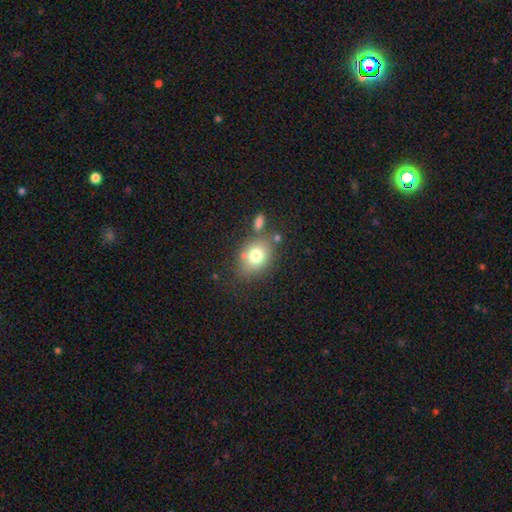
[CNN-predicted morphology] smooth-or-featured: smooth: 75% | featured or disk: 15% | star or artifact: 10%
  how-rounded: in between: 62% | round: 37% | cigar-shaped: 1%
  merging: none: 65% | minor disturbance: 16% | merger: 13% | major disturbance: 6%